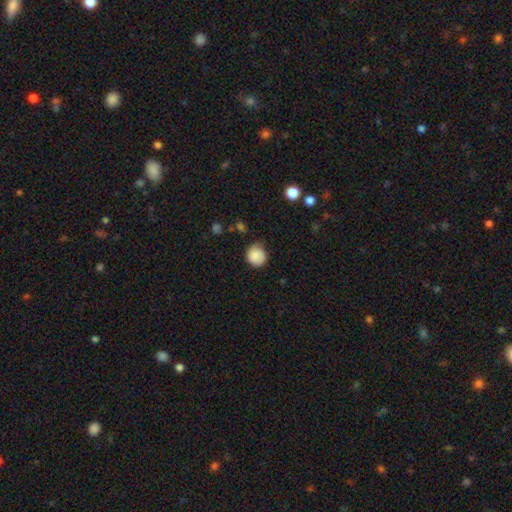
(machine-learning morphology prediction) This appears to be a smooth galaxy with no disk features (87%) that is round (88%). Merging: none (72%).